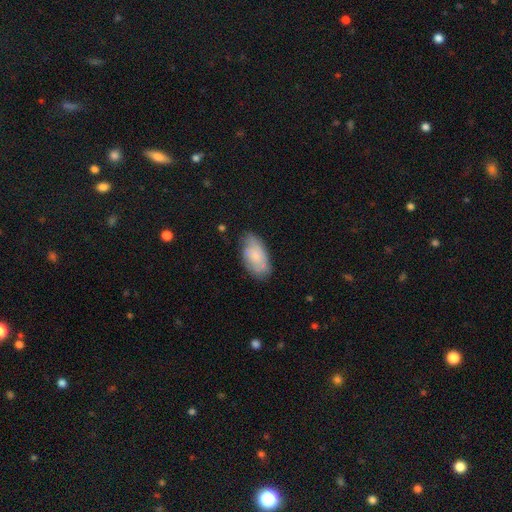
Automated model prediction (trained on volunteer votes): Smooth or featured? Predicted: smooth (p=0.61). How rounded? Predicted: in between (p=0.94). Merging? Predicted: none (p=0.68).